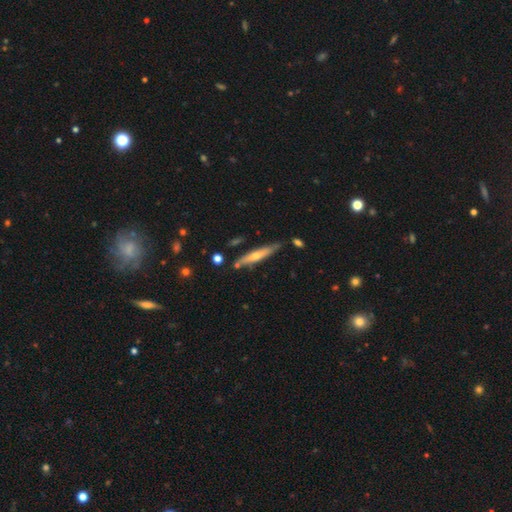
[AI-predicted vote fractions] The model was most divided on "smooth or featured": featured or disk: 51%, smooth: 43%, star or artifact: 6%. More confident: edge-on disk — yes (90%); merging — none (78%).